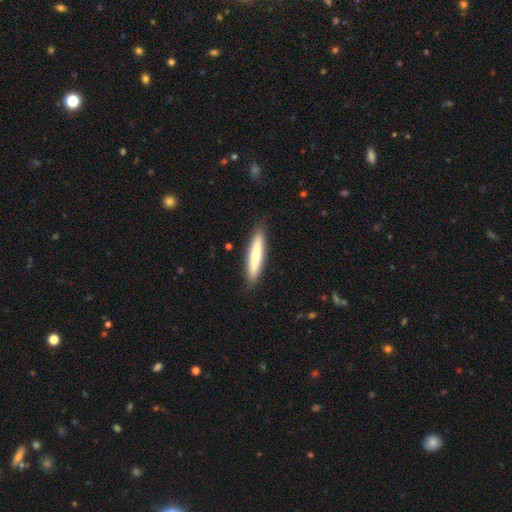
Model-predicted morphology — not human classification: Smooth or featured?
  - smooth: 68% *
  - featured or disk: 26%
  - star or artifact: 5%
How rounded?
  - cigar-shaped: 86% *
  - in between: 13%
  - round: 1%
Merging?
  - none: 89% *
  - minor disturbance: 9%
  - major disturbance: 2%
  - merger: 1%